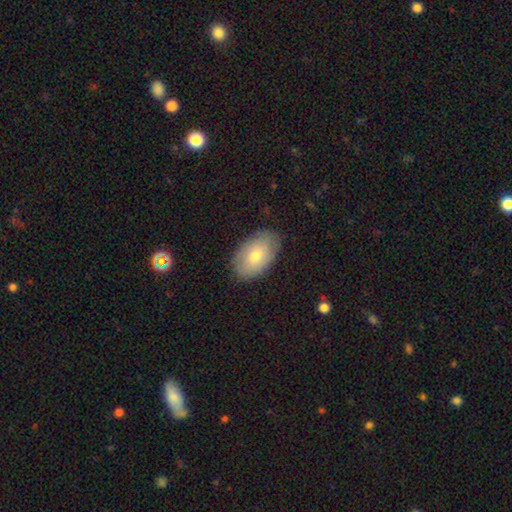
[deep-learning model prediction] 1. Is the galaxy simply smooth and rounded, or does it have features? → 66% smooth, 27% featured or disk, 7% star or artifact.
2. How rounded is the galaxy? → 91% in between, 8% round, 1% cigar-shaped.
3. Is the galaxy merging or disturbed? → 81% none, 14% minor disturbance, 3% major disturbance, 1% merger.